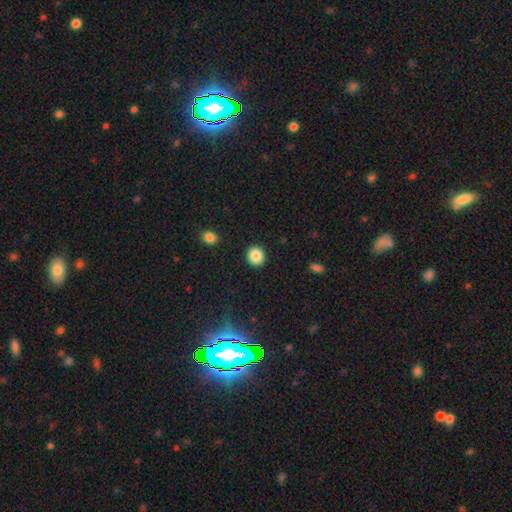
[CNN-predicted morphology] smooth 87%, star or artifact 9%, featured or disk 4%. Down the decision tree: how rounded — round (86%); merging — none (92%).